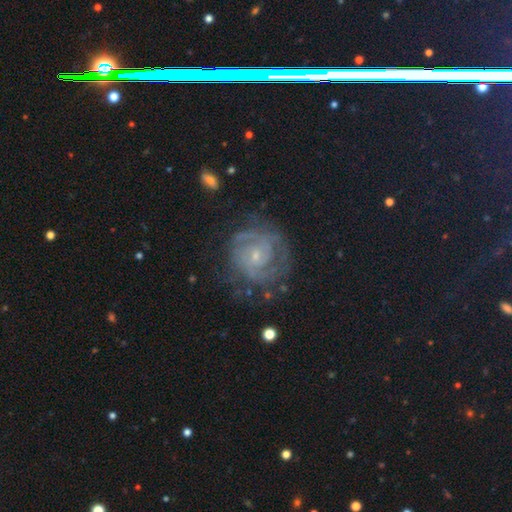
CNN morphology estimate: smooth_or_featured: featured or disk (p=0.81) [alt: smooth p=0.10]
disk_edge_on: no (p=0.98) [alt: yes p=0.02]
bar: no (p=0.67) [alt: weak p=0.27]
has_spiral_arms: yes (p=0.92) [alt: no p=0.08]
spiral_winding: tight (p=0.66) [alt: medium p=0.27]
spiral_arm_count: 2 (p=0.40) [alt: can't tell p=0.30]
bulge_size: small (p=0.75) [alt: moderate p=0.20]
merging: none (p=0.70) [alt: minor disturbance p=0.18]